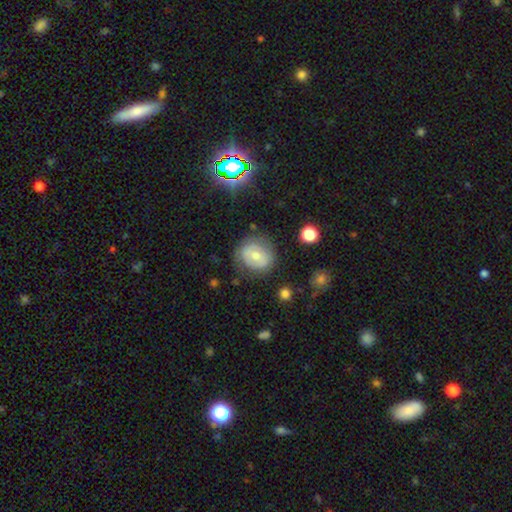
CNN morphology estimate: type=smooth (53%); roundness=round (78%); merging=none (71%).